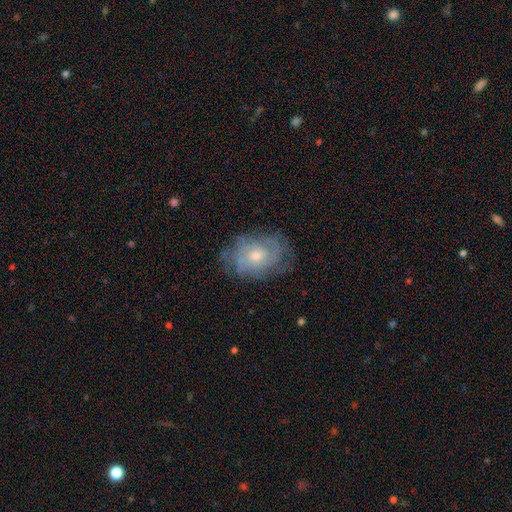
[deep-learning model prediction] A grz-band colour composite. It shows a featured or disk galaxy (64%) with no bar (80%), spiral arms (78%) and a moderate central bulge (56%). Merging: none (70%).